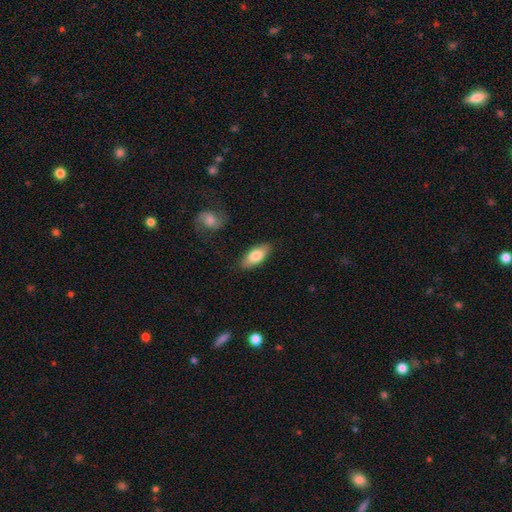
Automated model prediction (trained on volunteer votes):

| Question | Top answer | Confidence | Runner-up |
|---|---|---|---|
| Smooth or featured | smooth | 77% | featured or disk (18%) |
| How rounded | in between | 82% | cigar-shaped (15%) |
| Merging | none | 85% | minor disturbance (11%) |